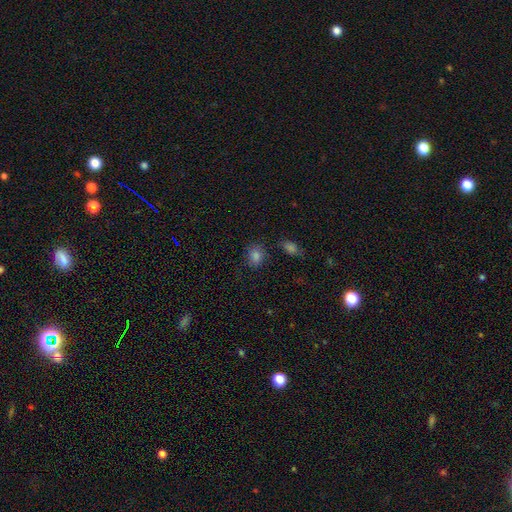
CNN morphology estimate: Q: Smooth or featured?
A: smooth (79%); runner-up: star or artifact (15%)
Q: How rounded?
A: round (64%); runner-up: in between (34%)
Q: Merging?
A: none (77%); runner-up: minor disturbance (15%)